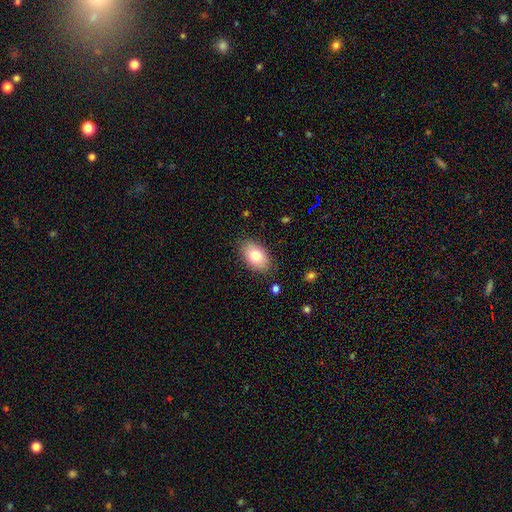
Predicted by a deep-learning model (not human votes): smooth-or-featured: smooth: 77% | featured or disk: 15% | star or artifact: 7%
  how-rounded: in between: 91% | round: 8% | cigar-shaped: 1%
  merging: none: 85% | minor disturbance: 11% | major disturbance: 3% | merger: 1%